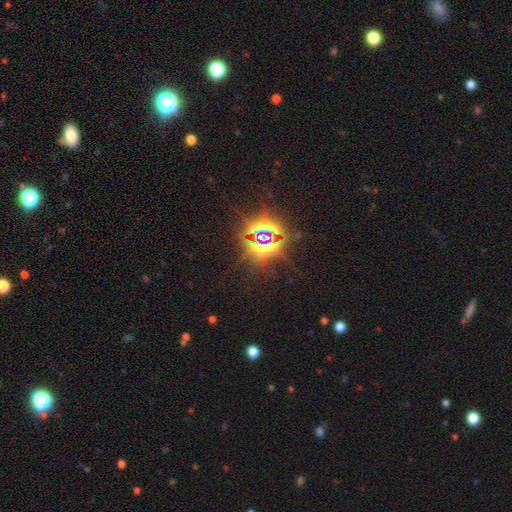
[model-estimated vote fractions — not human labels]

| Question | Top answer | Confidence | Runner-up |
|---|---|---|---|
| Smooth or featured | star or artifact | 83% | smooth (10%) |